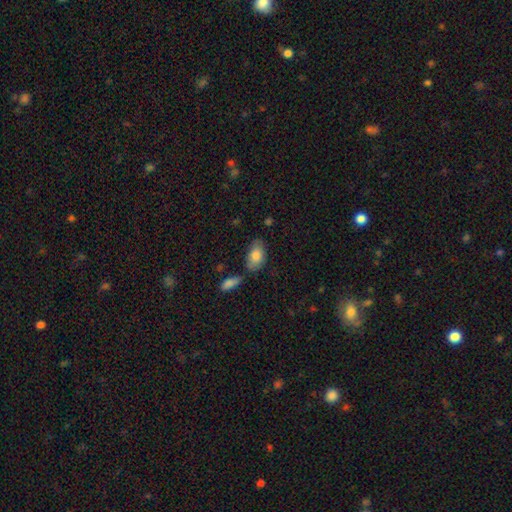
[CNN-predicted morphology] This appears to be a smooth galaxy with no disk features (81%) that is in between round and cigar-shaped (92%). Merging: none (64%).